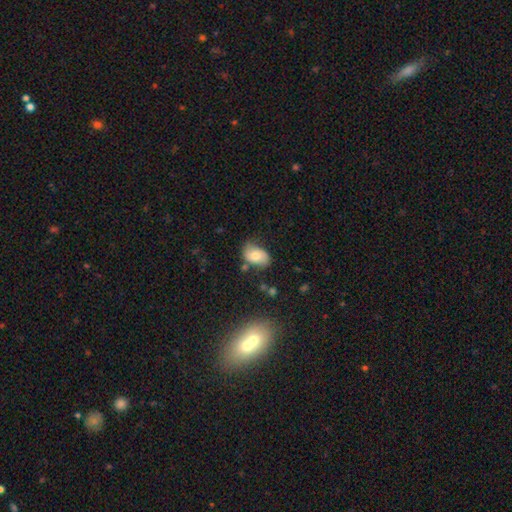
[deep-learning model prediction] Smooth or featured? smooth (69%)
How rounded? in between (87%)
Merging? none (59%)